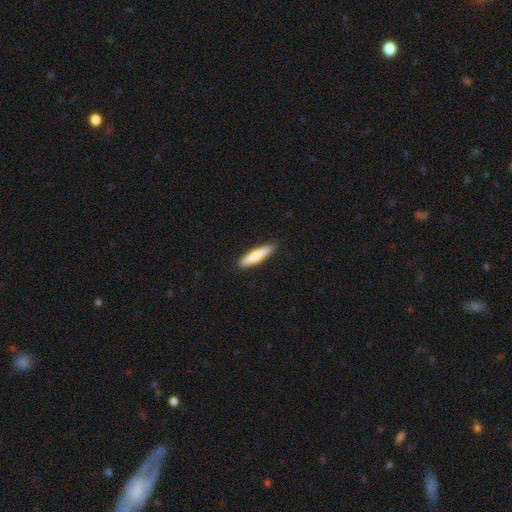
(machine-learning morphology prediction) smooth-or-featured: smooth: 78% | featured or disk: 17% | star or artifact: 5%
  how-rounded: cigar-shaped: 82% | in between: 17% | round: 1%
  merging: none: 89% | minor disturbance: 8% | major disturbance: 1% | merger: 1%